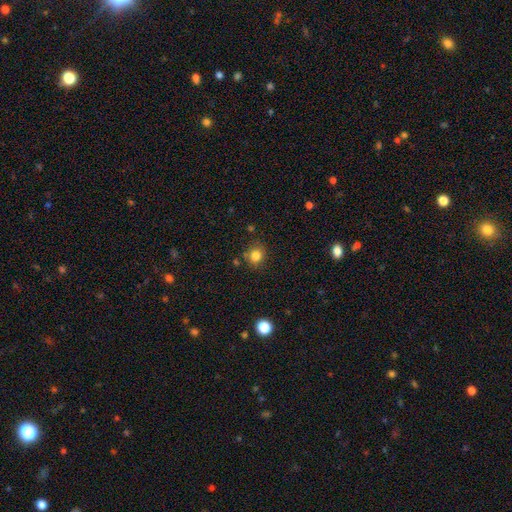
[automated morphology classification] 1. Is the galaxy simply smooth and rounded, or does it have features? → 82% smooth, 12% star or artifact, 6% featured or disk.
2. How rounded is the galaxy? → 78% round, 21% in between, 1% cigar-shaped.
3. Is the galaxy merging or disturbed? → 79% none, 13% minor disturbance, 5% merger, 3% major disturbance.